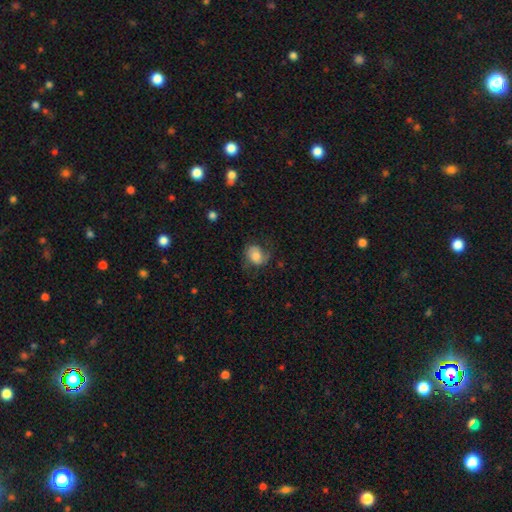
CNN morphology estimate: Smooth or featured?
  - smooth: 55% *
  - featured or disk: 36%
  - star or artifact: 9%
How rounded?
  - in between: 50% *
  - round: 49%
  - cigar-shaped: 1%
Merging?
  - none: 55% *
  - minor disturbance: 25%
  - major disturbance: 18%
  - merger: 2%